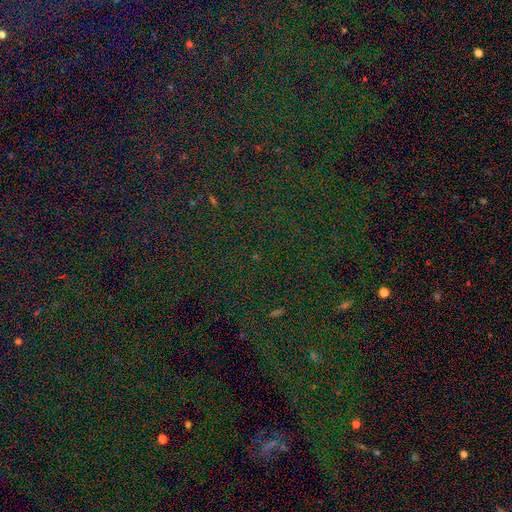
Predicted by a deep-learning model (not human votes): A star or artifact, not a galaxy (83%).

Vote fractions:
- Smooth or featured? star or artifact: 83% / smooth: 10% / featured or disk: 7%